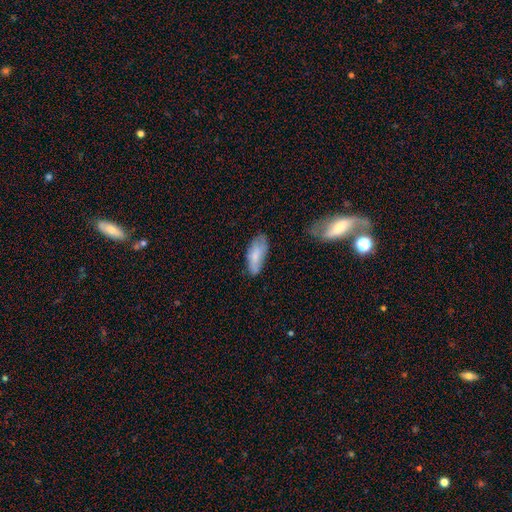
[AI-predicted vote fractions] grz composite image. It shows a smooth galaxy with no disk features (76%) that is in between round and cigar-shaped (79%). Merging: none (59%).